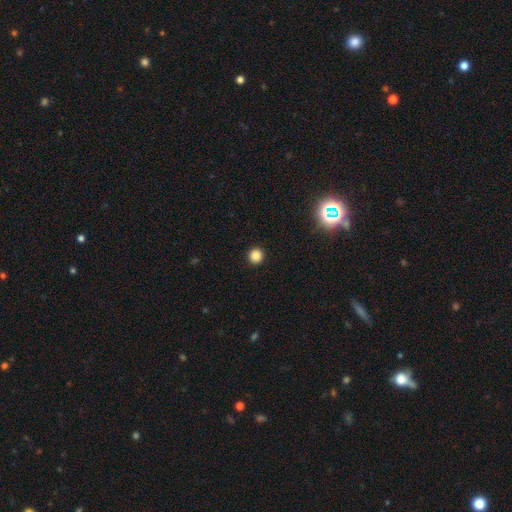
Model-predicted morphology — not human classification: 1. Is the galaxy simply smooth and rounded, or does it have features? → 86% smooth, 12% star or artifact, 3% featured or disk.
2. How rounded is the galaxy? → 95% round, 4% in between, 1% cigar-shaped.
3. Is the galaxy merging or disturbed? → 93% none, 4% minor disturbance, 2% major disturbance, 1% merger.